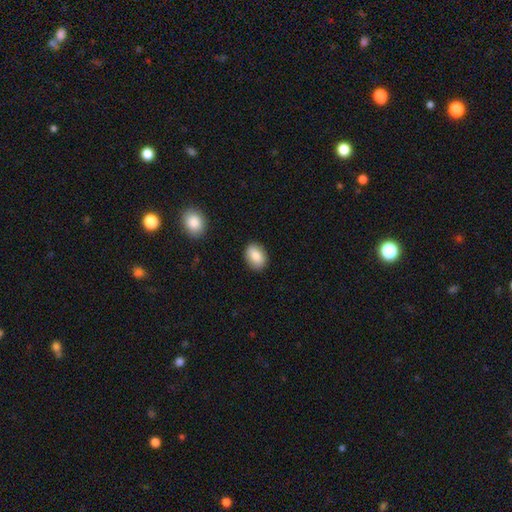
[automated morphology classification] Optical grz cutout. It shows a smooth galaxy with no disk features (83%) that is in between round and cigar-shaped (77%). Merging: none (88%).